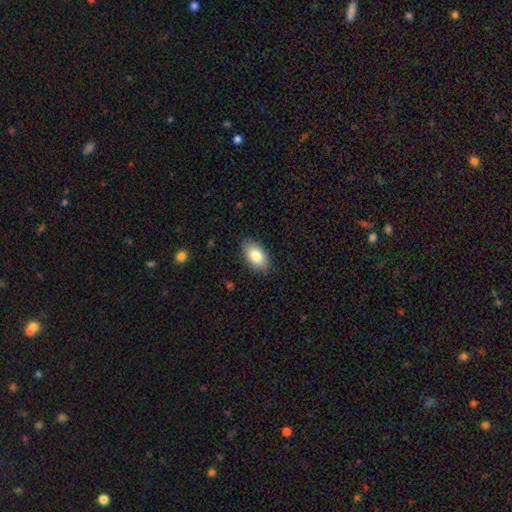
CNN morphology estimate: Smooth or featured? smooth (83%)
How rounded? in between (93%)
Merging? none (86%)